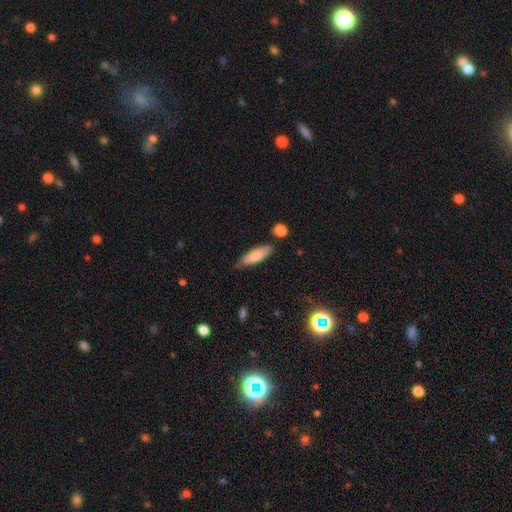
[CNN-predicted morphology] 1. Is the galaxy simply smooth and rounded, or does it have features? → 78% smooth, 16% featured or disk, 6% star or artifact.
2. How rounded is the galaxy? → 50% in between, 48% cigar-shaped, 2% round.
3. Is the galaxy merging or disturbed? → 75% none, 18% minor disturbance, 4% merger, 3% major disturbance.